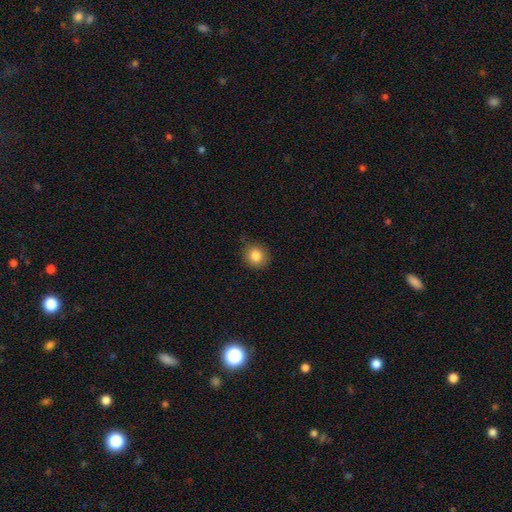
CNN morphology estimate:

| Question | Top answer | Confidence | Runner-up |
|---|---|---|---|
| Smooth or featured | smooth | 84% | star or artifact (10%) |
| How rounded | round | 86% | in between (13%) |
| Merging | none | 80% | minor disturbance (16%) |